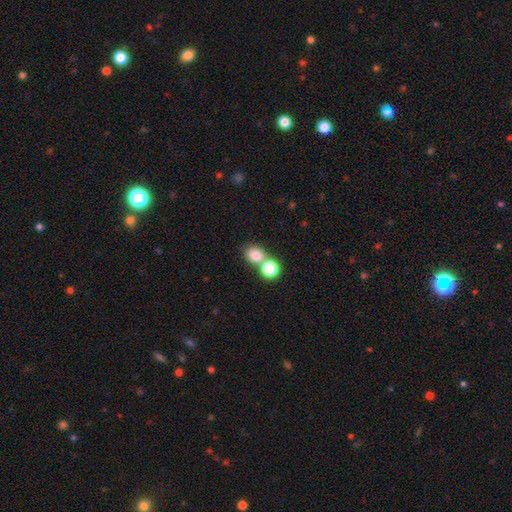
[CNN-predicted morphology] The model was most divided on "merging" (2-way tie): none: 45%, merger: 45%, minor disturbance: 7%, major disturbance: 3%. More confident: smooth or featured — smooth (79%); how rounded — round (71%).